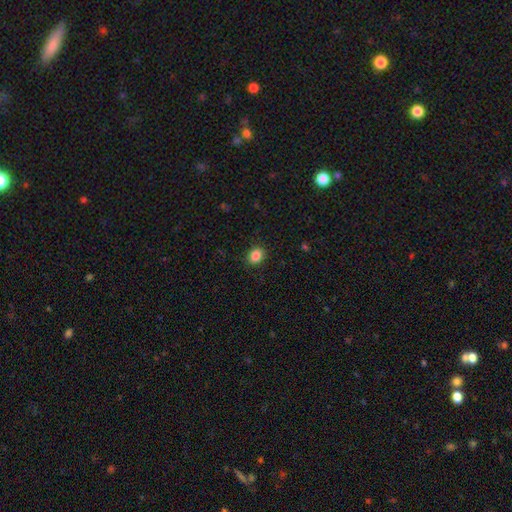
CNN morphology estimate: Q: Smooth or featured?
A: smooth (86%); runner-up: star or artifact (10%)
Q: How rounded?
A: round (50%); runner-up: in between (49%)
Q: Merging?
A: none (89%); runner-up: minor disturbance (8%)